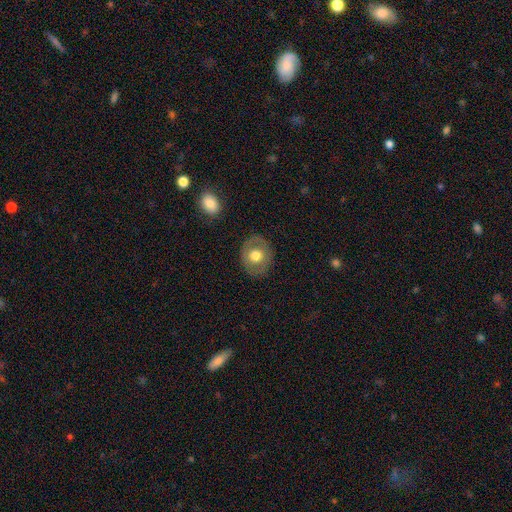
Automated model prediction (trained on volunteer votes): A smooth galaxy with no disk features (61%) that is round (63%). Merging: none (83%).